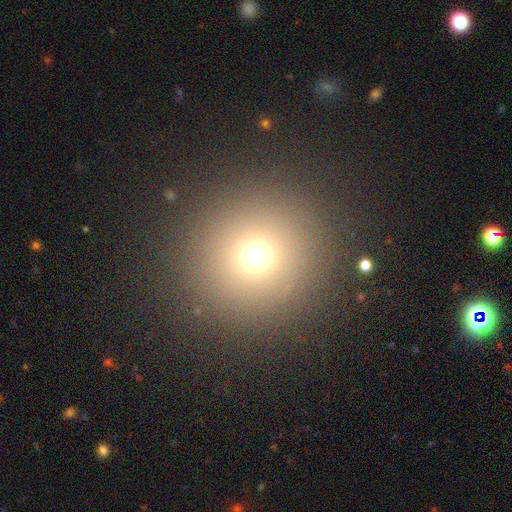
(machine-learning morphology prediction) This is likely a smooth galaxy (70%). How rounded: clearly round (94%). Merging: clearly none (90%).